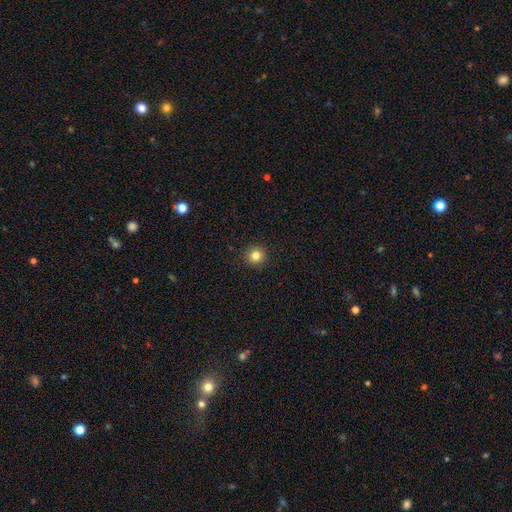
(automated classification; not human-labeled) The model was most divided on "smooth or featured": smooth: 83%, star or artifact: 12%, featured or disk: 5%. More confident: how rounded — round (95%); merging — none (93%).